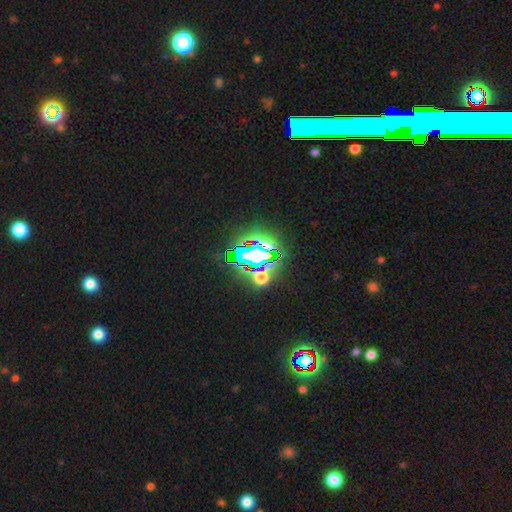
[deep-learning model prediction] Smooth or featured? Predicted: star or artifact (p=0.73).